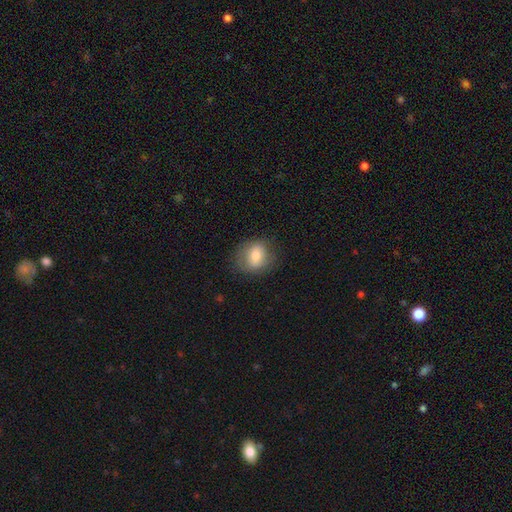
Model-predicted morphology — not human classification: smooth-or-featured: smooth: 70% | featured or disk: 21% | star or artifact: 9%
  how-rounded: round: 59% | in between: 40% | cigar-shaped: 1%
  merging: none: 77% | minor disturbance: 16% | major disturbance: 6% | merger: 1%